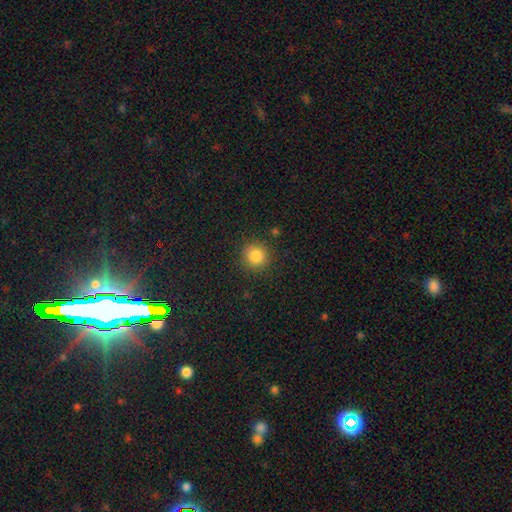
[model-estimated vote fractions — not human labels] This appears to be a smooth galaxy with no disk features (84%) that is round (92%). Merging: none (89%).